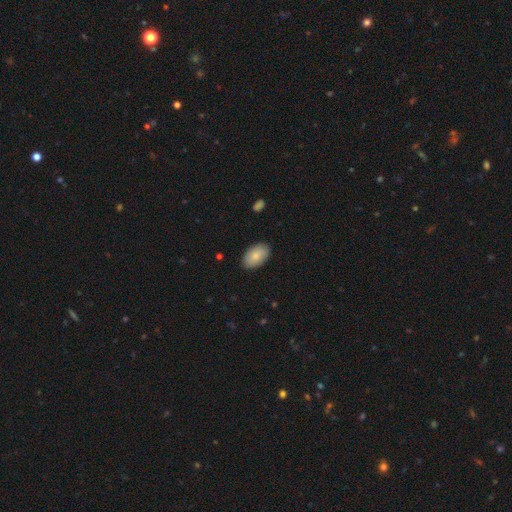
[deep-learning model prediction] This is clearly a smooth galaxy (84%). How rounded: clearly in between (94%). Merging: clearly none (88%).